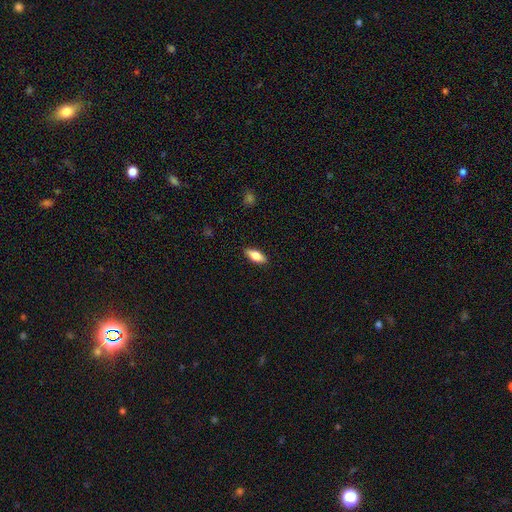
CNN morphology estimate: This appears to be a smooth galaxy with no disk features (77%) that is in between round and cigar-shaped (81%). Merging: none (88%).